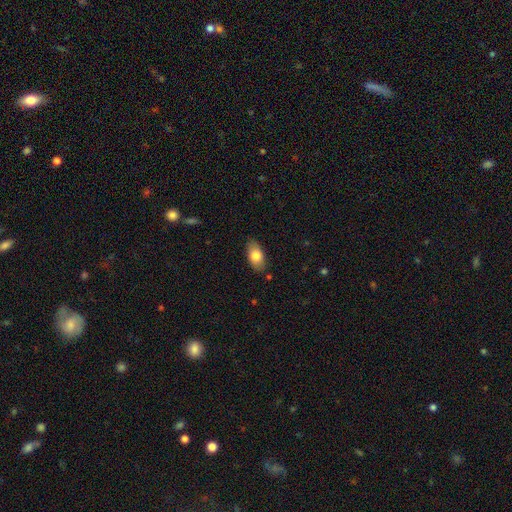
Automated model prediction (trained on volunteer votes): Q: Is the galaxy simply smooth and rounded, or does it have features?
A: smooth — 81%.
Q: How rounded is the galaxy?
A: in between — 92%.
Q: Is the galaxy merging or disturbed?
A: none — 84%.